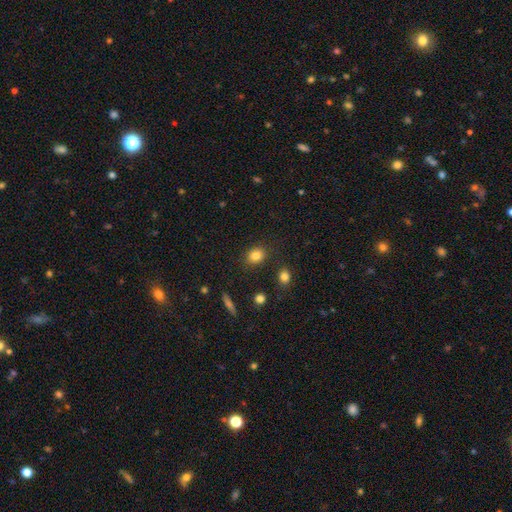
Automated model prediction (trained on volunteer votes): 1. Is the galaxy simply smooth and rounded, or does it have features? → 83% smooth, 10% star or artifact, 6% featured or disk.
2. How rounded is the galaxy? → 56% round, 43% in between, 1% cigar-shaped.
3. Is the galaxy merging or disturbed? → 84% none, 10% minor disturbance, 3% merger, 3% major disturbance.